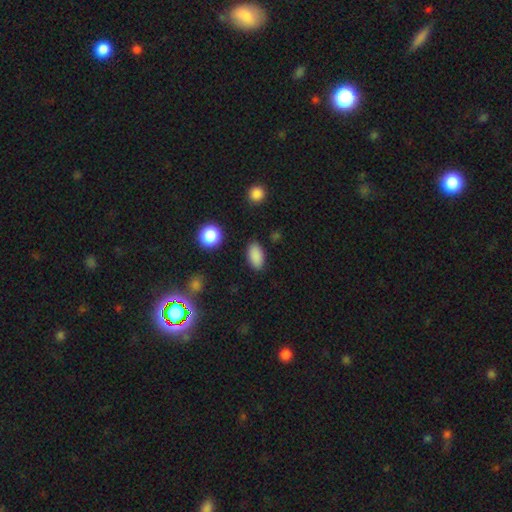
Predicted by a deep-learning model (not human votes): This is clearly a smooth galaxy (87%). How rounded: clearly in between (91%). Merging: clearly none (87%).